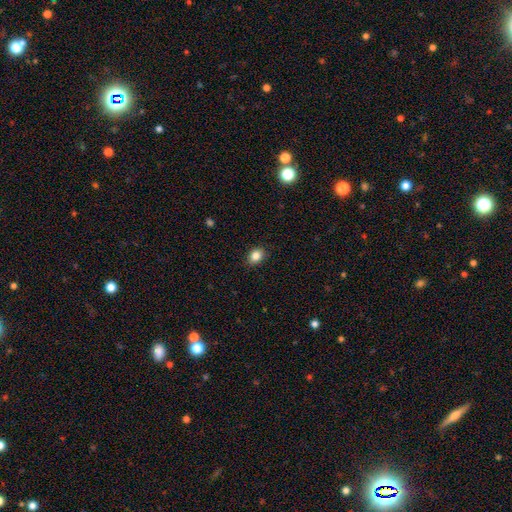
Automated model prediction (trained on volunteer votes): Smooth or featured? Predicted: smooth (p=0.84). How rounded? Predicted: in between (p=0.60). Merging? Predicted: none (p=0.88).